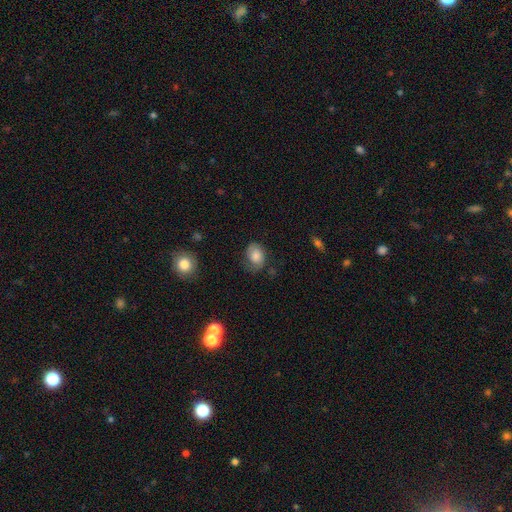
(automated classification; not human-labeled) A smooth galaxy with no disk features (67%) that is in between round and cigar-shaped (69%).

Vote fractions:
- Smooth or featured? smooth: 67% / featured or disk: 24% / star or artifact: 9%
- How rounded? in between: 69% / round: 29% / cigar-shaped: 1%
- Merging? none: 54% / minor disturbance: 29% / major disturbance: 15% / merger: 2%